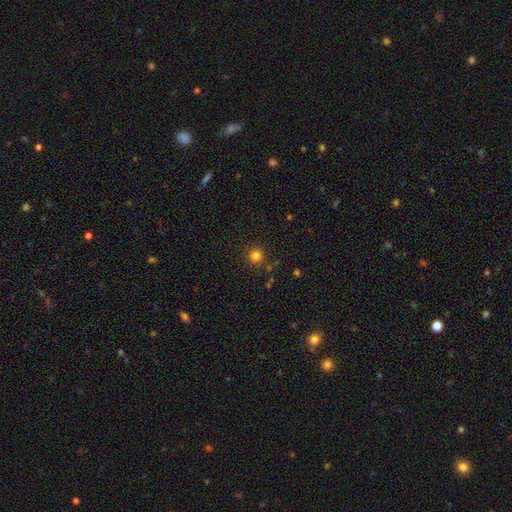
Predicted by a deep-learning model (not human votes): Morphology: type=smooth (81%); roundness=round (94%); merging=none (88%).